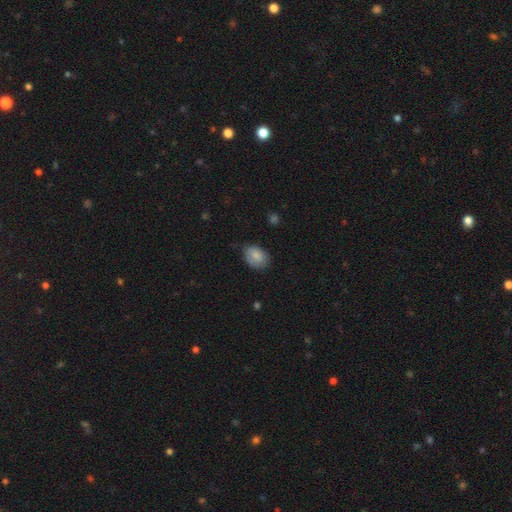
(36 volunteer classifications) Q: Smooth or featured?
A: smooth (86%); runner-up: featured or disk (11%)
Q: How rounded?
A: in between (74%); runner-up: round (26%)
Q: Merging?
A: none (74%); runner-up: minor disturbance (20%)